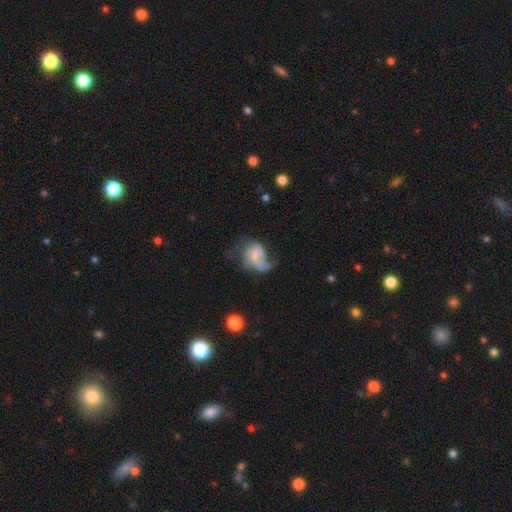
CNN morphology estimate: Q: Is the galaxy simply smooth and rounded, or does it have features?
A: featured or disk — 56%.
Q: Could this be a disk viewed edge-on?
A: no — 98%.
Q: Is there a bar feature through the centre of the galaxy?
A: no — 70%.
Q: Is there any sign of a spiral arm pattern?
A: yes — 68%.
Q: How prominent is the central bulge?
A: small — 58%.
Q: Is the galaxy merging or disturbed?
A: major disturbance — 48%.